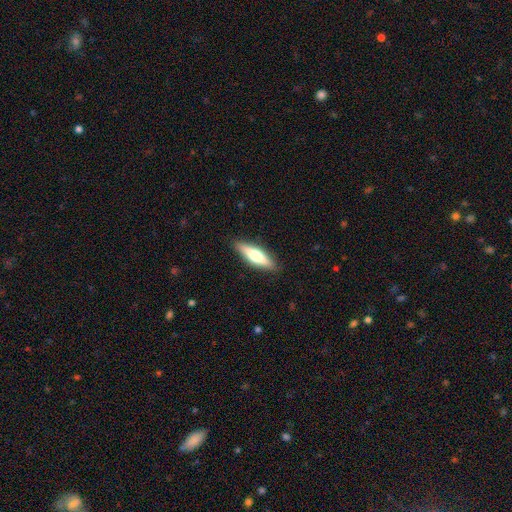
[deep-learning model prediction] A smooth galaxy with no disk features (58%) that is cigar-shaped (62%). Merging: none (89%).